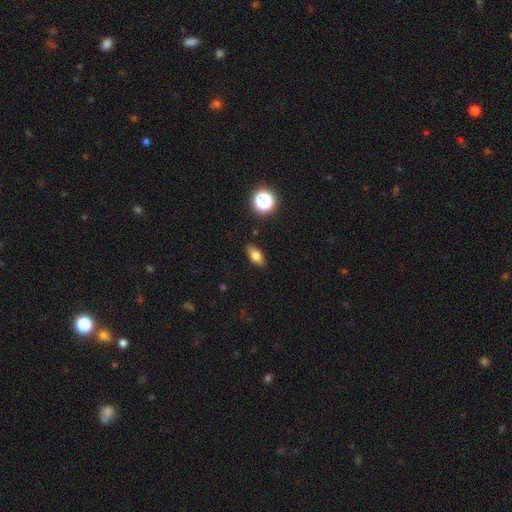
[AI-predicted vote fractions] Q: Smooth or featured?
A: smooth (75%); runner-up: featured or disk (14%)
Q: How rounded?
A: in between (85%); runner-up: round (9%)
Q: Merging?
A: none (86%); runner-up: minor disturbance (10%)